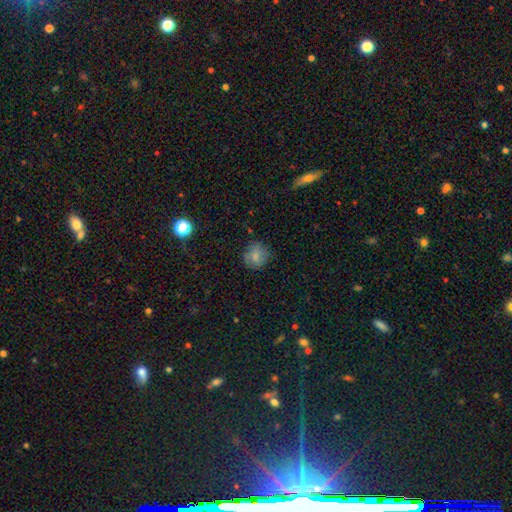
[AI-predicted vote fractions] Smooth or featured? smooth (75%)
How rounded? round (81%)
Merging? none (75%)